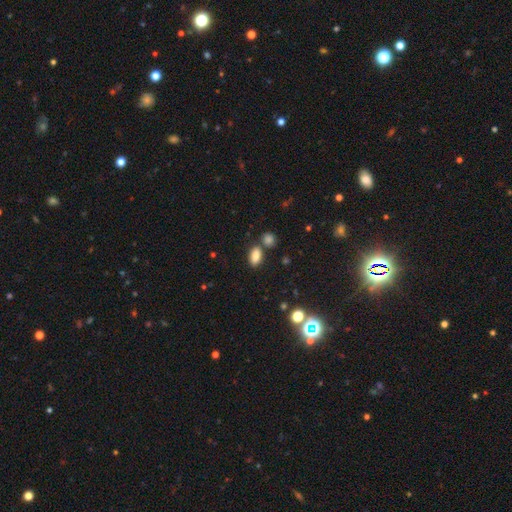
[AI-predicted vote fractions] Smooth or featured?
  - smooth: 84% *
  - star or artifact: 10%
  - featured or disk: 6%
How rounded?
  - in between: 88% *
  - round: 7%
  - cigar-shaped: 5%
Merging?
  - none: 71% *
  - merger: 15%
  - minor disturbance: 11%
  - major disturbance: 3%